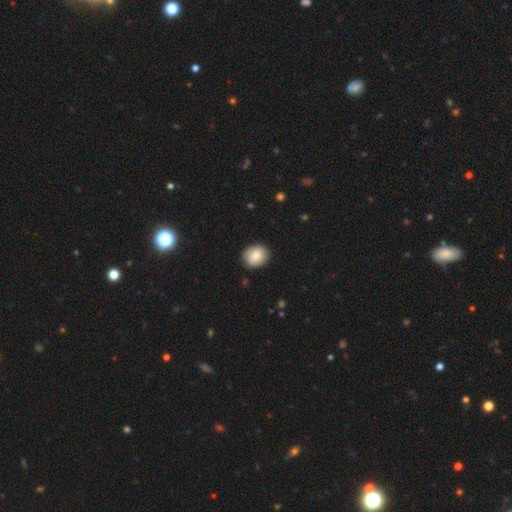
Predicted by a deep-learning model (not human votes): smooth_or_featured: smooth (p=0.83) [alt: featured or disk p=0.10]
how_rounded: round (p=0.58) [alt: in between p=0.41]
merging: none (p=0.85) [alt: minor disturbance p=0.12]